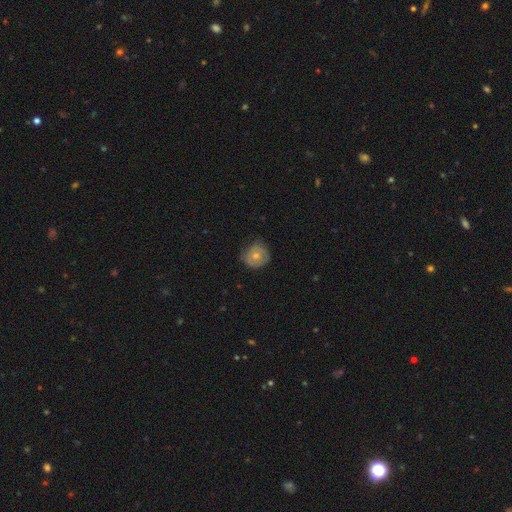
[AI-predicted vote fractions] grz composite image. It shows a smooth galaxy with no disk features (60%) that is round (86%). Merging: none (66%).